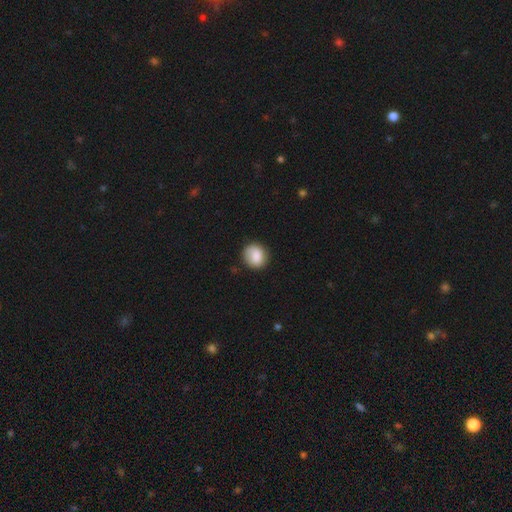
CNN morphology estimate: type=smooth (82%); roundness=round (82%); merging=none (80%).